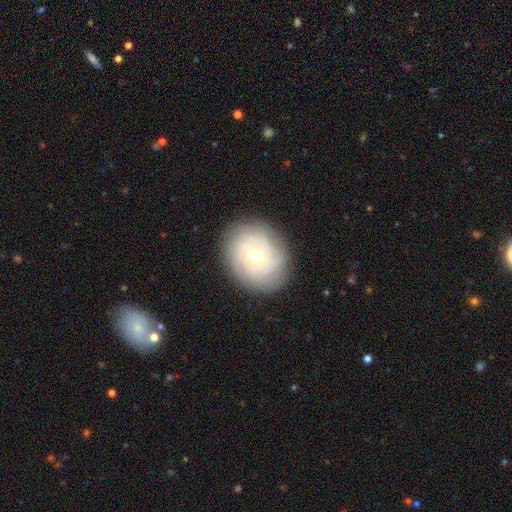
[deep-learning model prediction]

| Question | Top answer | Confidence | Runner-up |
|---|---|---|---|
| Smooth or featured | featured or disk | 67% | smooth (25%) |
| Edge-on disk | no | 97% | yes (3%) |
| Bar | no | 73% | weak (22%) |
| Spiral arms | yes | 84% | no (16%) |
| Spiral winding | tight | 76% | medium (18%) |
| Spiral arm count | can't tell | 49% | 3 (14%) |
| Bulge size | moderate | 49% | small (47%) |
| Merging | none | 84% | minor disturbance (11%) |